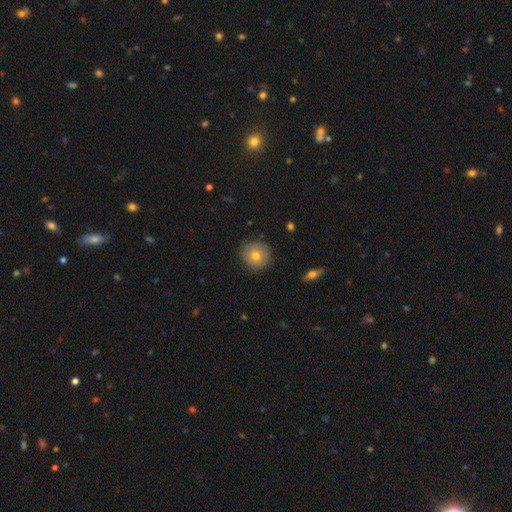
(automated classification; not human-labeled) This is likely a smooth galaxy (63%). How rounded: clearly round (93%). Merging: clearly none (84%).